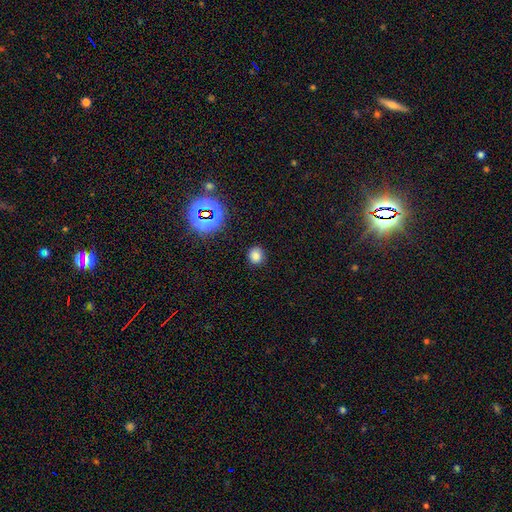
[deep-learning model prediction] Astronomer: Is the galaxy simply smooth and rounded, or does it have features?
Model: smooth — 76%.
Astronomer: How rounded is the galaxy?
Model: round — 80%.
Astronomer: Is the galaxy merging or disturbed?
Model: none — 88%.